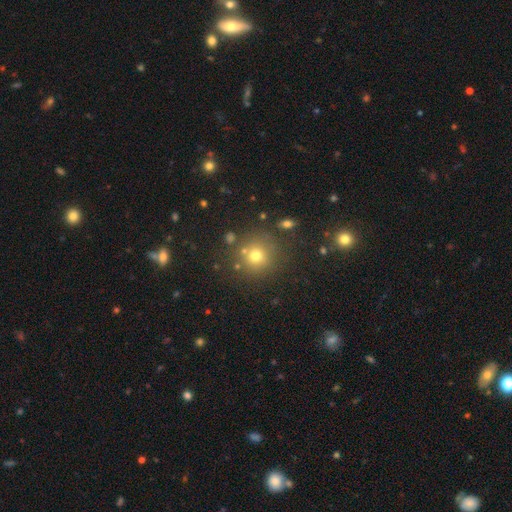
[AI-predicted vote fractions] This is likely a smooth galaxy (72%). How rounded: clearly round (93%). Merging: likely none (79%).